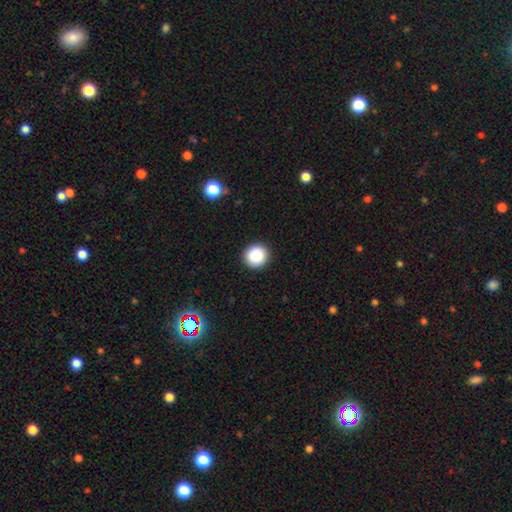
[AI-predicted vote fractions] This appears to be a smooth galaxy with no disk features (87%) that is round (95%). Merging: none (92%).